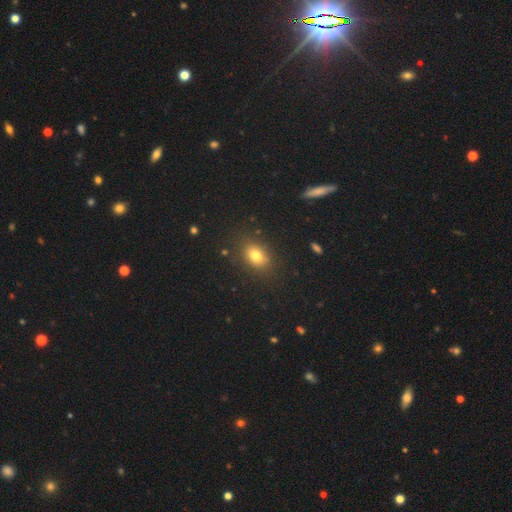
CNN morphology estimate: This is likely a smooth galaxy (77%). How rounded: likely in between (67%). Merging: clearly none (83%).